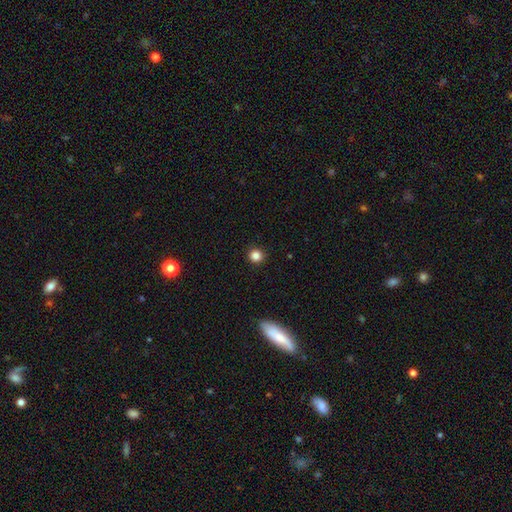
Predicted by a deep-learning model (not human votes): Q: Smooth or featured?
A: smooth (84%); runner-up: star or artifact (12%)
Q: How rounded?
A: round (94%); runner-up: in between (5%)
Q: Merging?
A: none (92%); runner-up: minor disturbance (5%)